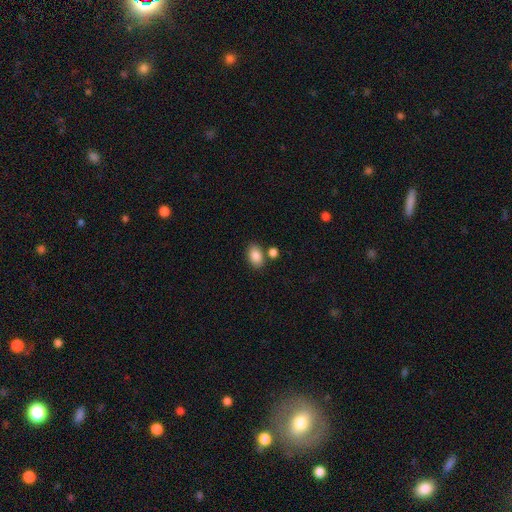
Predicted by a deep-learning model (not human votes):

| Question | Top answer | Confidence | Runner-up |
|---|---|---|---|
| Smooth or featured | smooth | 86% | star or artifact (8%) |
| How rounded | in between | 86% | round (12%) |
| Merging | none | 72% | merger (13%) |